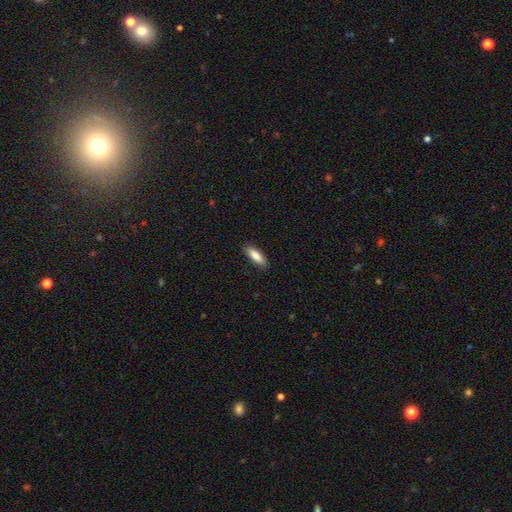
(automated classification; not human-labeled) smooth 87%, featured or disk 8%, star or artifact 6%. Down the decision tree: how rounded — in between (54%); merging — none (88%).